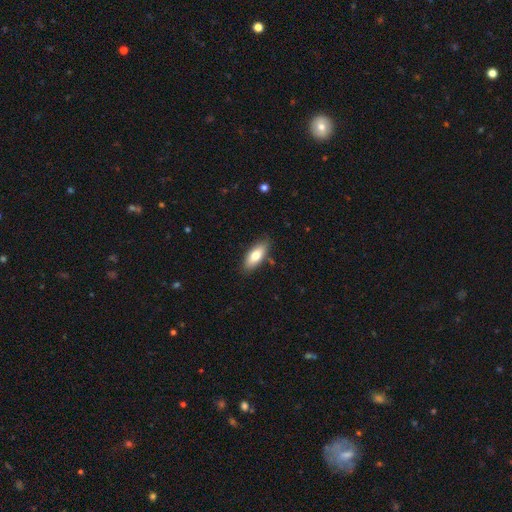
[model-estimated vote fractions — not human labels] A smooth galaxy with no disk features (74%) that is in between round and cigar-shaped (79%). Merging: none (84%).